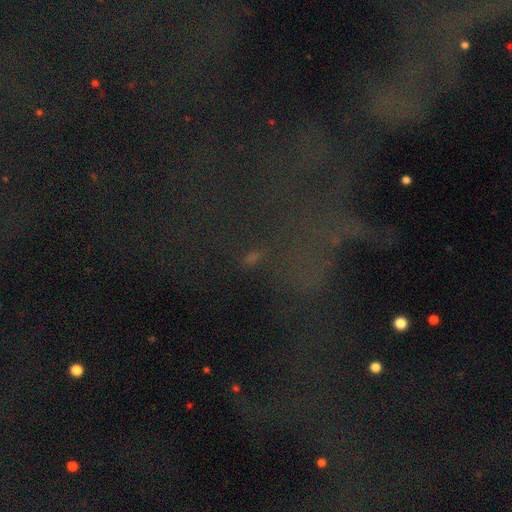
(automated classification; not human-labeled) smooth_or_featured: star or artifact (p=0.66) [alt: smooth p=0.18]